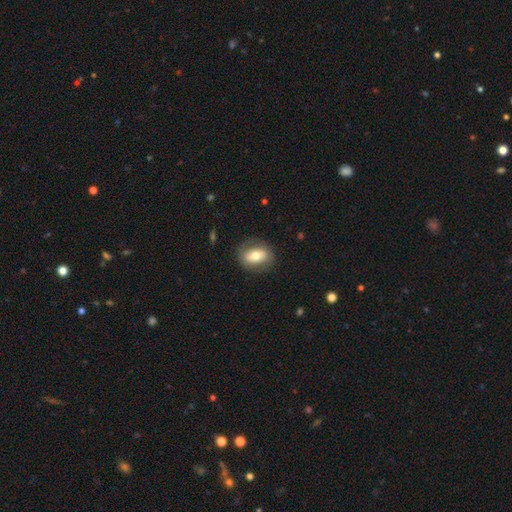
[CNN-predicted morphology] Q: Smooth or featured?
A: smooth (60%); runner-up: featured or disk (33%)
Q: How rounded?
A: in between (72%); runner-up: round (26%)
Q: Merging?
A: none (80%); runner-up: minor disturbance (13%)